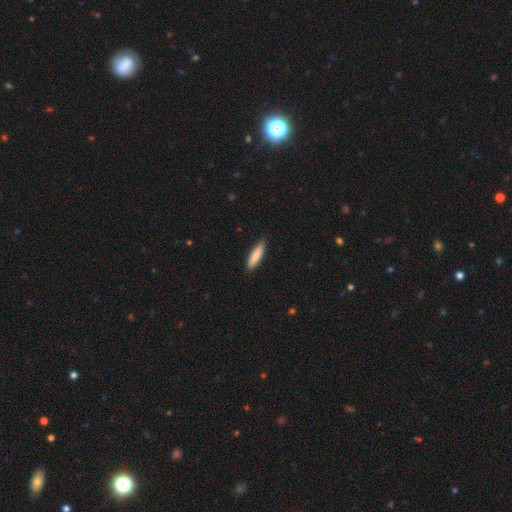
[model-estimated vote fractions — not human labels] smooth_or_featured: smooth (p=0.85) [alt: featured or disk p=0.10]
how_rounded: cigar-shaped (p=0.69) [alt: in between p=0.30]
merging: none (p=0.86) [alt: minor disturbance p=0.11]